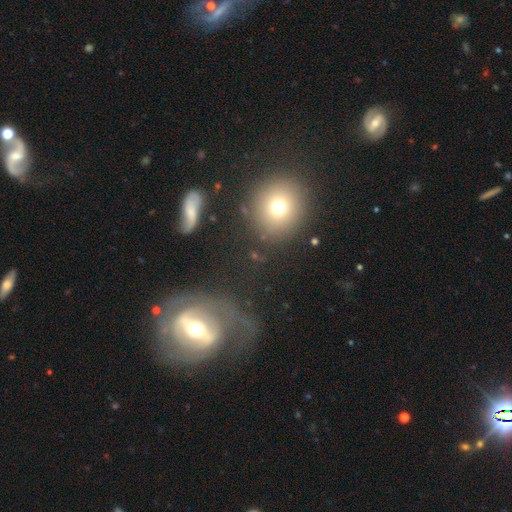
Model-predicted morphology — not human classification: Smooth or featured: featured or disk — 50% (smooth — 33%)
Merging: none — 64% (minor disturbance — 15%)